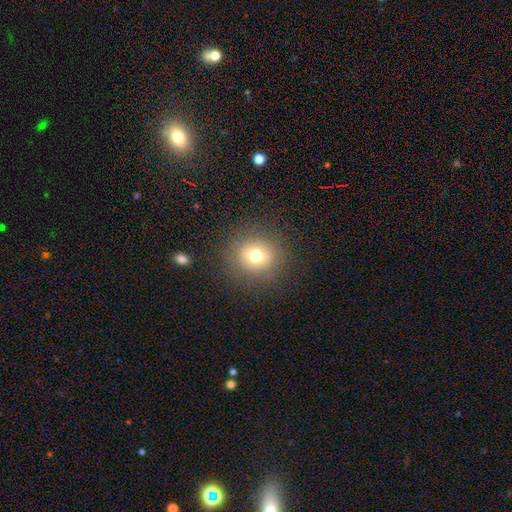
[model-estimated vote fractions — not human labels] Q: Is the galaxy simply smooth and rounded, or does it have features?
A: smooth — 72%.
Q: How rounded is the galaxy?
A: round — 91%.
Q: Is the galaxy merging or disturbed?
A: none — 87%.